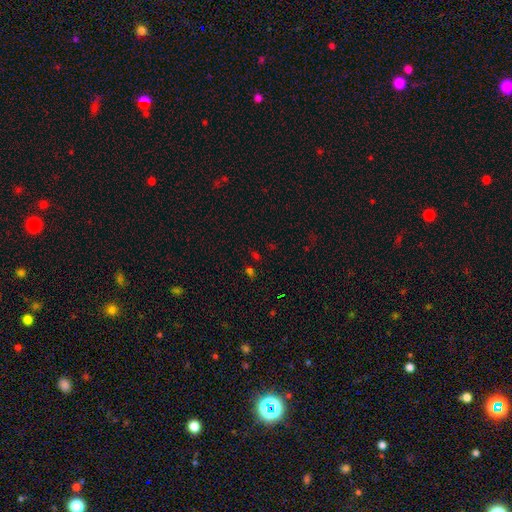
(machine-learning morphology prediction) A star or artifact, not a galaxy (47%).